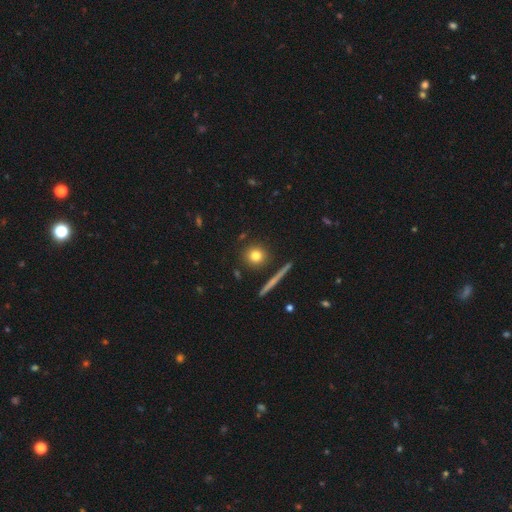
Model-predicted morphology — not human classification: A smooth galaxy with no disk features (77%) that is round (90%). Merging: none (86%).